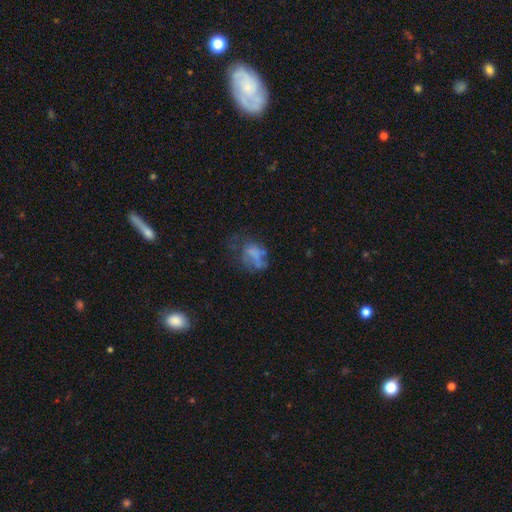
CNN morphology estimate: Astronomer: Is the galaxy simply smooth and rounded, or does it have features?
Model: smooth — 45% (runner-up: featured or disk, 39%).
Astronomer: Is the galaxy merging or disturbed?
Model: major disturbance — 39% (runner-up: none, 32%).